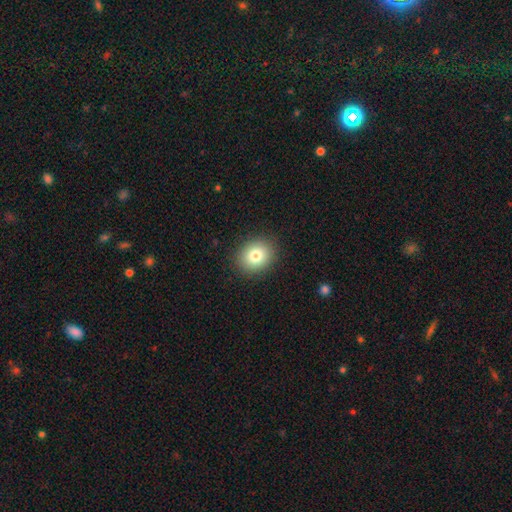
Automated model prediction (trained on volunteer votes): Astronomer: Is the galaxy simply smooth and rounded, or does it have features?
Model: smooth — 81%.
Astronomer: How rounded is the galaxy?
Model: round — 58% (runner-up: in between, 41%).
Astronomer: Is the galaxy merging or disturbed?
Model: none — 89%.